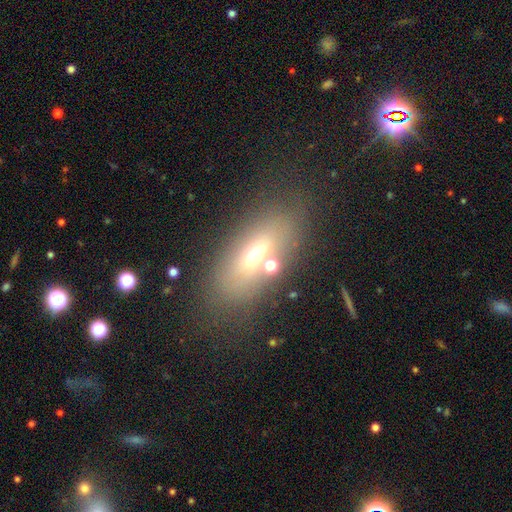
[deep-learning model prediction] Q: Smooth or featured?
A: smooth (54%); runner-up: featured or disk (27%)
Q: How rounded?
A: in between (78%); runner-up: round (14%)
Q: Merging?
A: none (62%); runner-up: merger (16%)